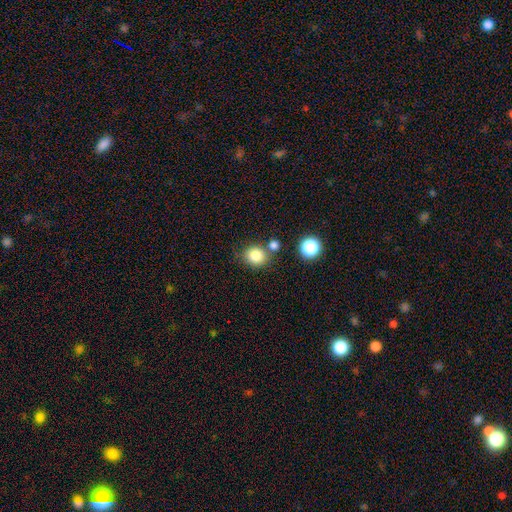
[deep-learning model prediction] smooth-or-featured: smooth: 83% | star or artifact: 11% | featured or disk: 6%
  how-rounded: round: 78% | in between: 21% | cigar-shaped: 1%
  merging: none: 70% | merger: 16% | minor disturbance: 11% | major disturbance: 3%